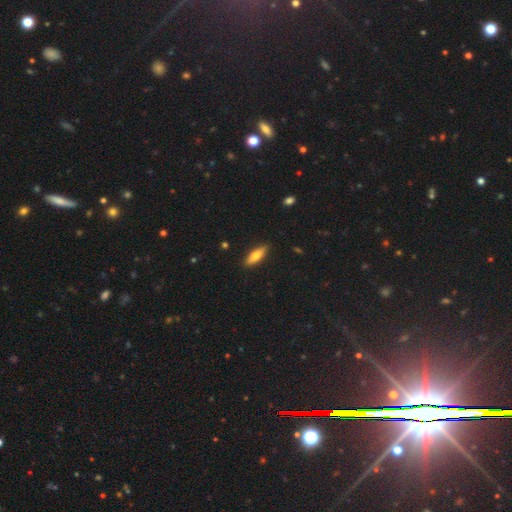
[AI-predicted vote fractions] Q: Smooth or featured?
A: smooth (69%); runner-up: featured or disk (25%)
Q: How rounded?
A: in between (50%); runner-up: cigar-shaped (48%)
Q: Merging?
A: none (89%); runner-up: minor disturbance (8%)